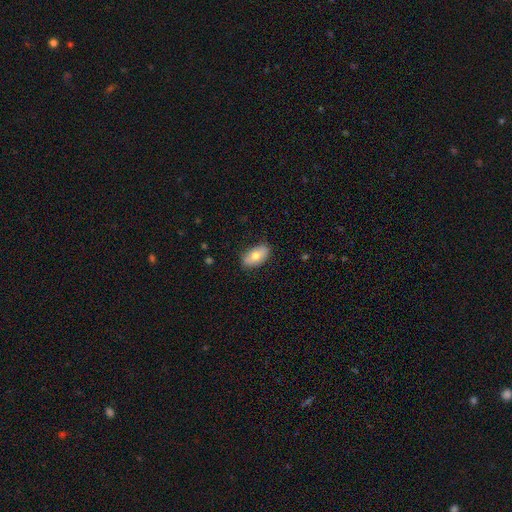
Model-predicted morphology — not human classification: Smooth or featured? smooth (74%)
How rounded? in between (93%)
Merging? none (83%)